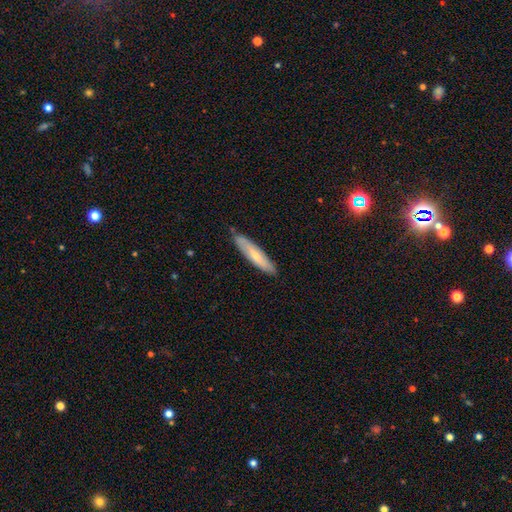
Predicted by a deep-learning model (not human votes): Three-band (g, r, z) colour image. It shows a smooth galaxy with no disk features (57%) that is cigar-shaped (79%). Merging: none (82%).